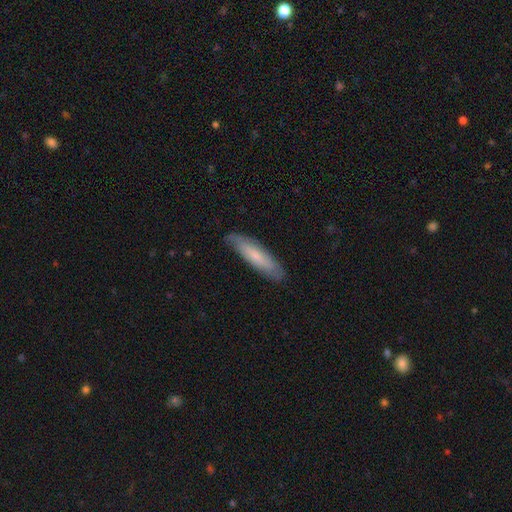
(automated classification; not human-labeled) Smooth or featured? Predicted: smooth (p=0.65). How rounded? Predicted: cigar-shaped (p=0.74). Merging? Predicted: none (p=0.82).